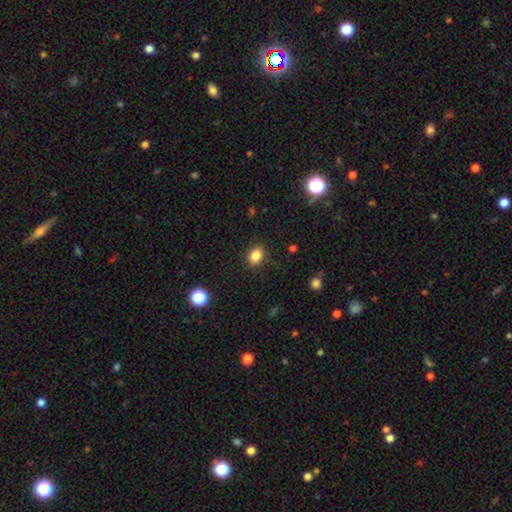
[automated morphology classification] A smooth galaxy with no disk features (83%) that is in between round and cigar-shaped (55%). Merging: none (86%).